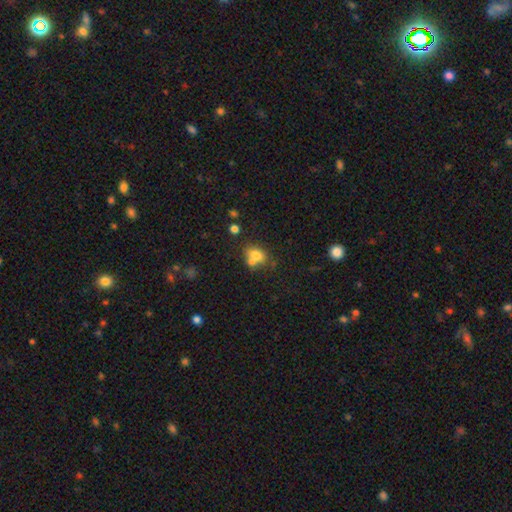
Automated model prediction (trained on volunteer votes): Overall: smooth (74%). How rounded: in between (63%; round 35%). Merging: none (44%; merger 38%).